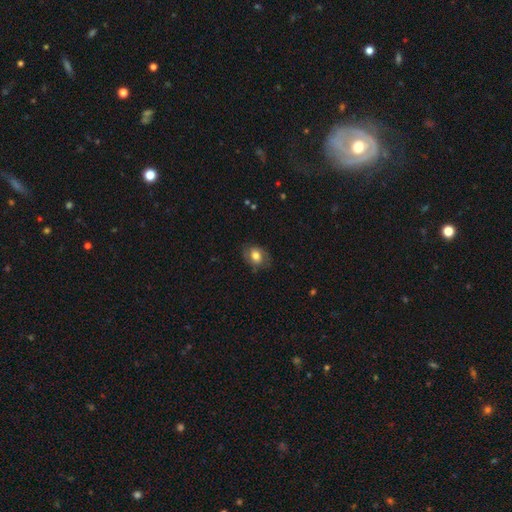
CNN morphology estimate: A smooth galaxy with no disk features (65%) that is in between round and cigar-shaped (60%). Merging: none (71%).